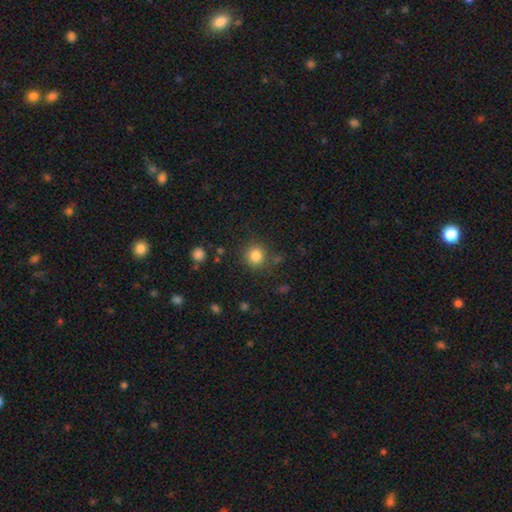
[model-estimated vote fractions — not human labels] Smooth or featured? Predicted: smooth (p=0.83). How rounded? Predicted: round (p=0.91). Merging? Predicted: none (p=0.84).